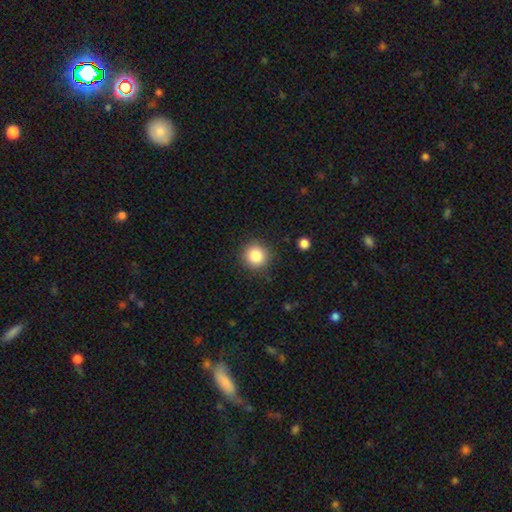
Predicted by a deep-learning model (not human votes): smooth 84%, star or artifact 10%, featured or disk 6%. Down the decision tree: how rounded — round (94%); merging — none (89%).